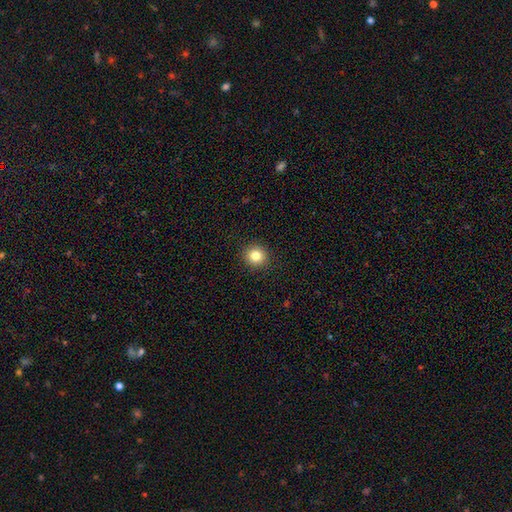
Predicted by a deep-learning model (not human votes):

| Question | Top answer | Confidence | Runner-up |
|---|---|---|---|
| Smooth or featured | smooth | 82% | star or artifact (11%) |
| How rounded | round | 93% | in between (6%) |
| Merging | none | 92% | minor disturbance (5%) |